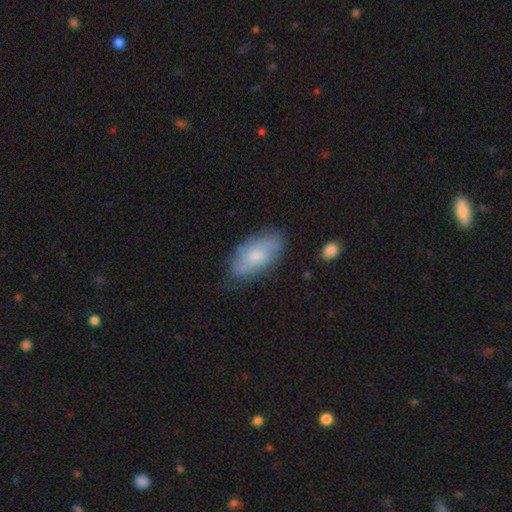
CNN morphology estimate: Overall: smooth (51%; featured or disk 42%). How rounded: in between (91%). Merging: none (71%).